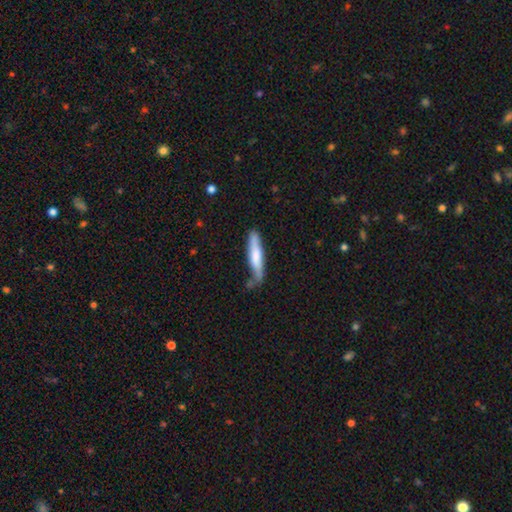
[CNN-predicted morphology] smooth-or-featured: smooth: 65% | featured or disk: 30% | star or artifact: 5%
  how-rounded: cigar-shaped: 85% | in between: 14% | round: 1%
  merging: none: 57% | minor disturbance: 29% | major disturbance: 8% | merger: 6%